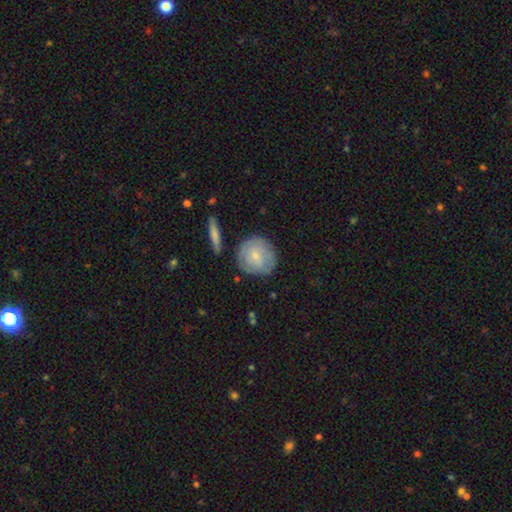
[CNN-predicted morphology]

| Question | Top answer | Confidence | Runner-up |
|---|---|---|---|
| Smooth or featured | smooth | 56% | featured or disk (38%) |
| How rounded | round | 88% | in between (11%) |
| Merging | none | 75% | minor disturbance (16%) |